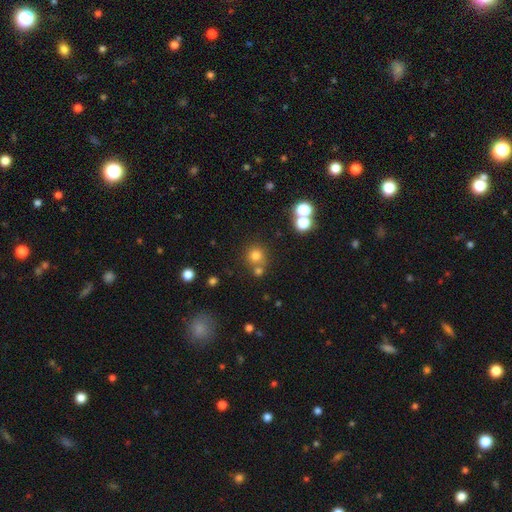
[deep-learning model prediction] smooth-or-featured: smooth: 75% | star or artifact: 17% | featured or disk: 8%
  how-rounded: round: 91% | in between: 8% | cigar-shaped: 1%
  merging: none: 65% | merger: 23% | minor disturbance: 9% | major disturbance: 4%